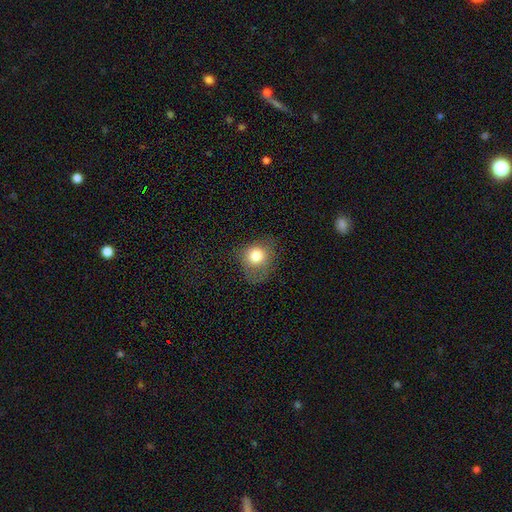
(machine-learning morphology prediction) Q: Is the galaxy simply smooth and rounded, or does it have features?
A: smooth — 77%.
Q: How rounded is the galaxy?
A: round — 73%.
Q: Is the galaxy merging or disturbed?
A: none — 50%.